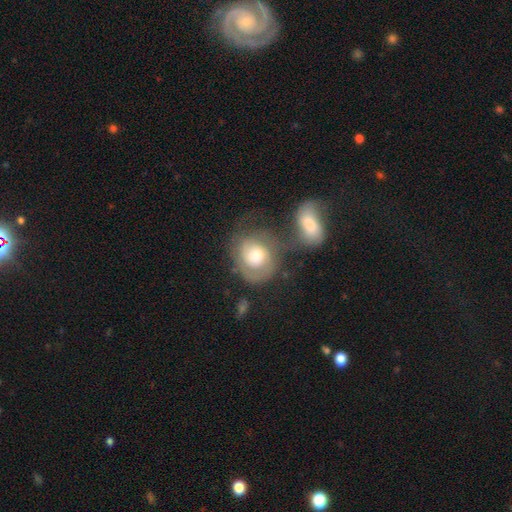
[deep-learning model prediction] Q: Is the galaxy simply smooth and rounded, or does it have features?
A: featured or disk — 59%.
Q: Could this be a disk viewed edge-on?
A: no — 97%.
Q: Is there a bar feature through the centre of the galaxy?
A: no — 75%.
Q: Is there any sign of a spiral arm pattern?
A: yes — 82%.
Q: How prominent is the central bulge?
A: moderate — 68%.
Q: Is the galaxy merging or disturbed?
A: merger — 38%.